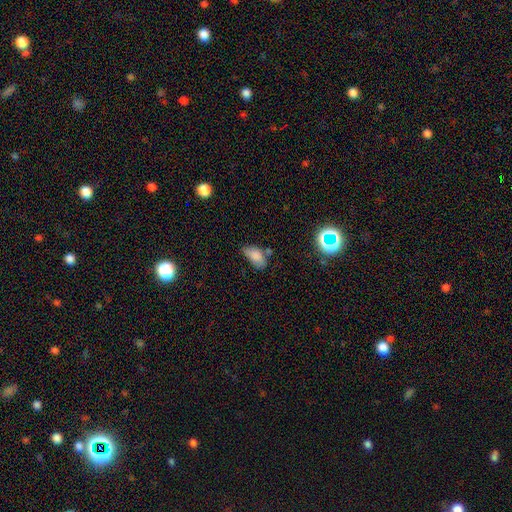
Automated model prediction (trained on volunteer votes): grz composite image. It shows a smooth galaxy with no disk features (80%) that is in between round and cigar-shaped (91%). Merging: none (44%).